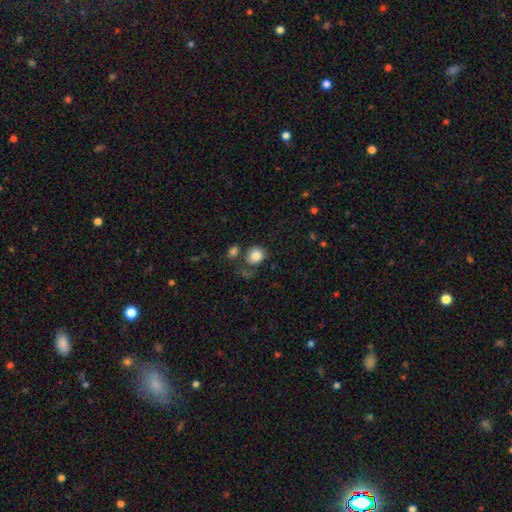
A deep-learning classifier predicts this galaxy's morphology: Smooth or featured?
  - smooth: 82% *
  - featured or disk: 9%
  - star or artifact: 9%
How rounded?
  - round: 71% *
  - in between: 28%
  - cigar-shaped: 1%
Merging?
  - none: 49% *
  - minor disturbance: 18%
  - major disturbance: 17%
  - merger: 16%